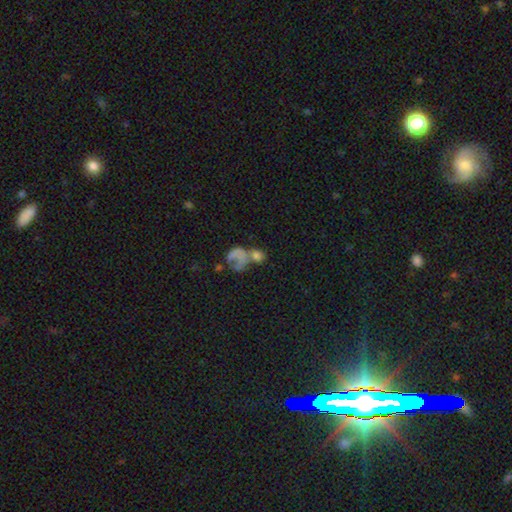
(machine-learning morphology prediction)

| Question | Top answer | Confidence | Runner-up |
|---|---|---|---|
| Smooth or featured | smooth | 60% | featured or disk (25%) |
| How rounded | round | 60% | in between (38%) |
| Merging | merger | 46% | none (24%) |